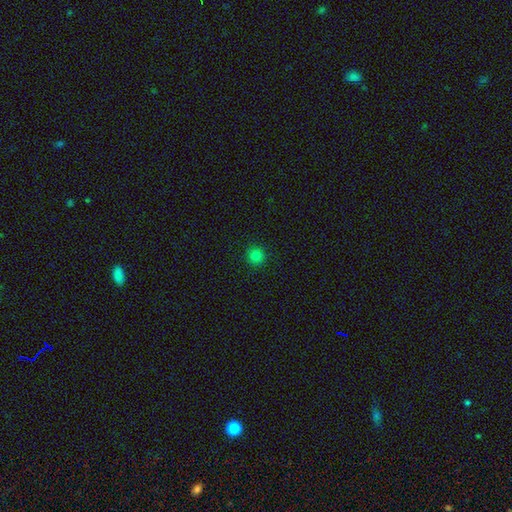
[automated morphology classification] This appears to be a smooth galaxy with no disk features (81%) that is round (95%). Merging: none (92%).